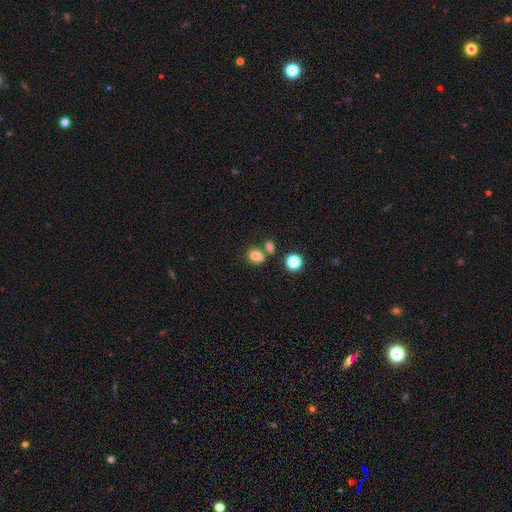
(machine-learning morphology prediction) Smooth or featured? smooth (76%)
How rounded? in between (53%)
Merging? none (43%)